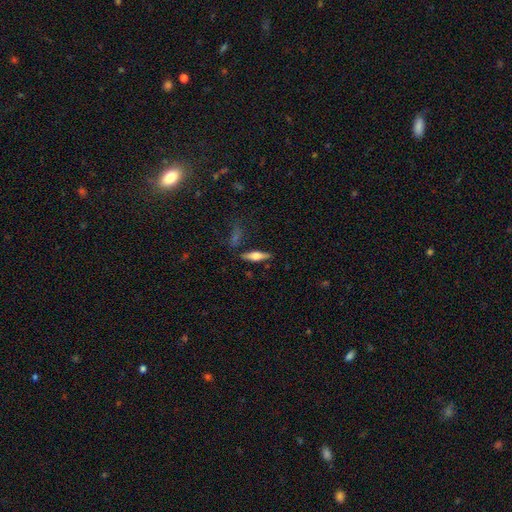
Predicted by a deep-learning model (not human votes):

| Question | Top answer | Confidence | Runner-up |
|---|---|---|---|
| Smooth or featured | featured or disk | 47% | smooth (46%) |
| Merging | none | 81% | minor disturbance (11%) |